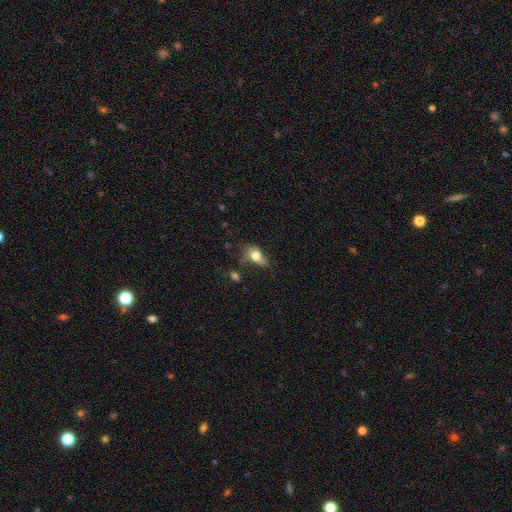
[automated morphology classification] Smooth or featured? Predicted: smooth (p=0.74). How rounded? Predicted: in between (p=0.78). Merging? Predicted: none (p=0.37).